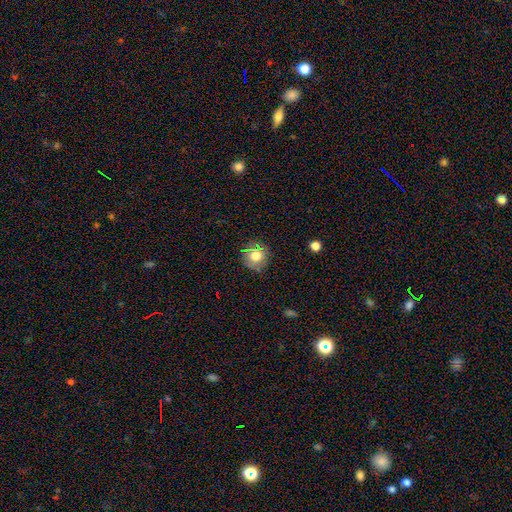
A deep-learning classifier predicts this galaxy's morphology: Smooth or featured? smooth (71%)
How rounded? round (89%)
Merging? none (81%)